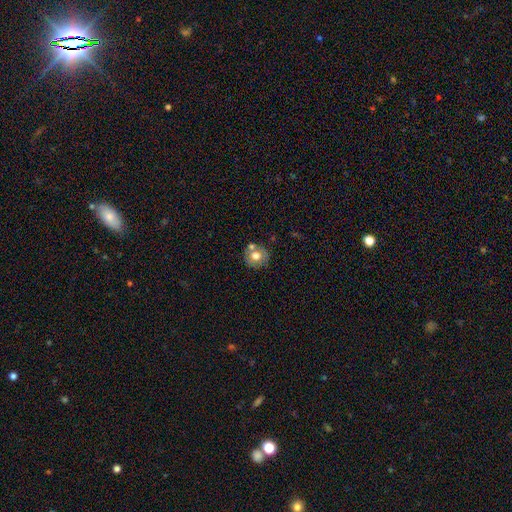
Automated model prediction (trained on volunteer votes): A smooth galaxy with no disk features (63%) that is round (86%).

Vote fractions:
- Smooth or featured? smooth: 63% / featured or disk: 28% / star or artifact: 9%
- How rounded? round: 86% / in between: 14% / cigar-shaped: 1%
- Merging? none: 64% / merger: 19% / minor disturbance: 14% / major disturbance: 4%